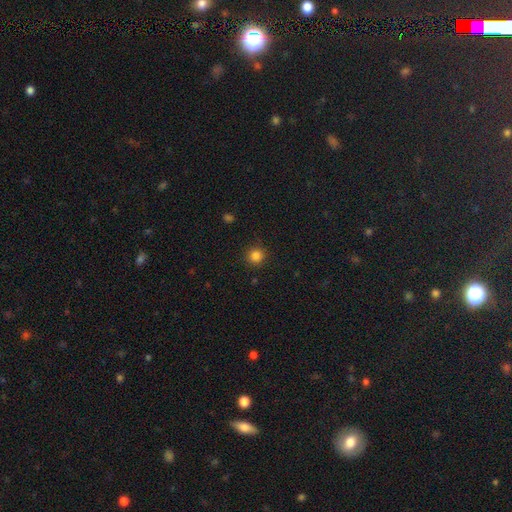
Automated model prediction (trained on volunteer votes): smooth-or-featured: smooth: 84% | star or artifact: 12% | featured or disk: 4%
  how-rounded: round: 94% | in between: 6% | cigar-shaped: 1%
  merging: none: 90% | minor disturbance: 7% | major disturbance: 2% | merger: 1%